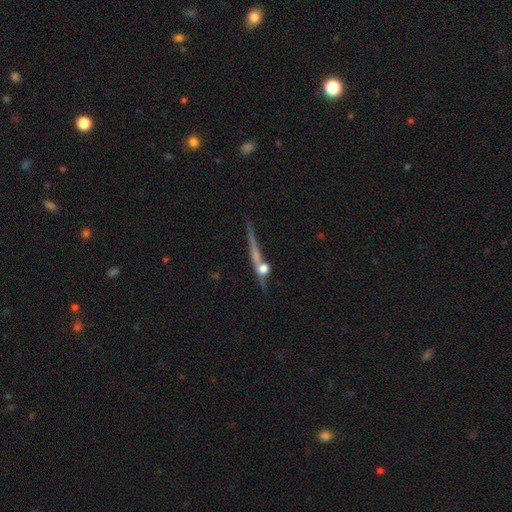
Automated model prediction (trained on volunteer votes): Q: Smooth or featured?
A: featured or disk (68%); runner-up: smooth (21%)
Q: Edge-on disk?
A: yes (93%); runner-up: no (7%)
Q: Edge-on bulge?
A: rounded (66%); runner-up: none (25%)
Q: Merging?
A: none (67%); runner-up: merger (15%)